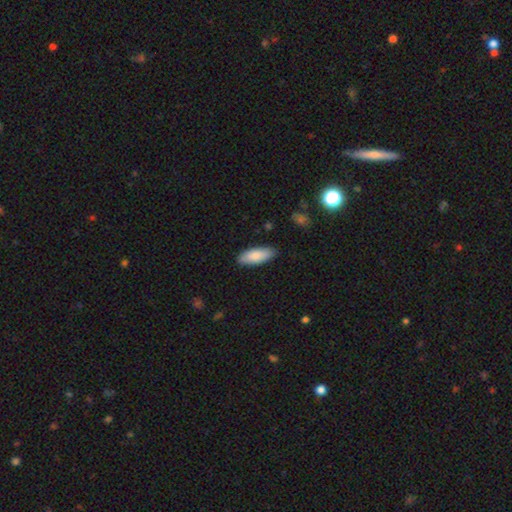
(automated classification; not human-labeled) This is clearly a smooth galaxy (84%). How rounded: likely in between (77%). Merging: clearly none (85%).